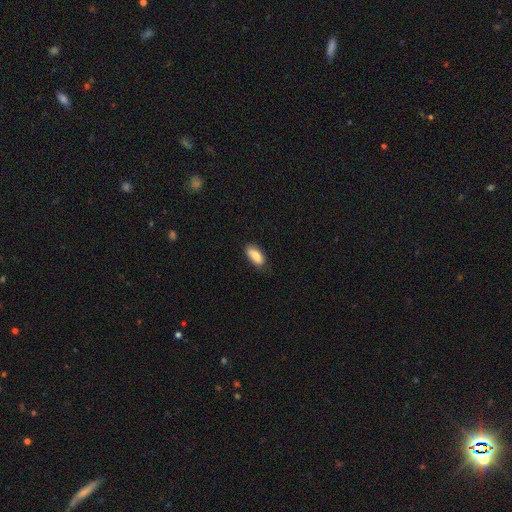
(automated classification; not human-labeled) Q: Smooth or featured?
A: smooth (84%); runner-up: featured or disk (10%)
Q: How rounded?
A: in between (85%); runner-up: cigar-shaped (13%)
Q: Merging?
A: none (79%); runner-up: minor disturbance (17%)